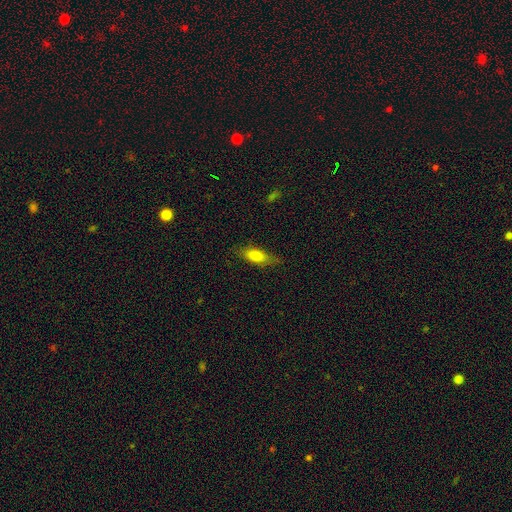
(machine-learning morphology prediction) Q: Smooth or featured?
A: smooth (74%); runner-up: featured or disk (18%)
Q: How rounded?
A: in between (67%); runner-up: cigar-shaped (30%)
Q: Merging?
A: none (75%); runner-up: minor disturbance (19%)